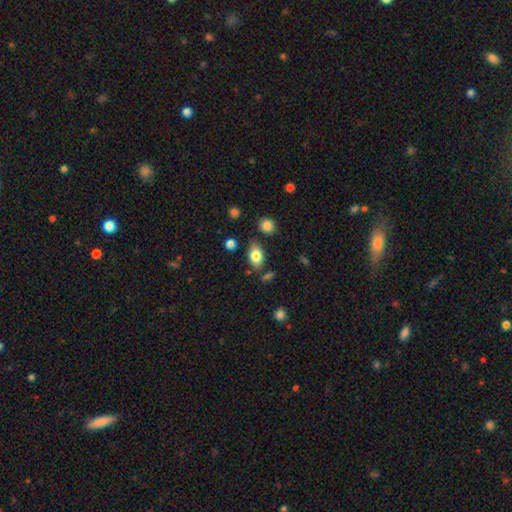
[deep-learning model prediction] Q: Smooth or featured?
A: smooth (80%); runner-up: featured or disk (12%)
Q: How rounded?
A: in between (88%); runner-up: round (10%)
Q: Merging?
A: none (79%); runner-up: minor disturbance (13%)